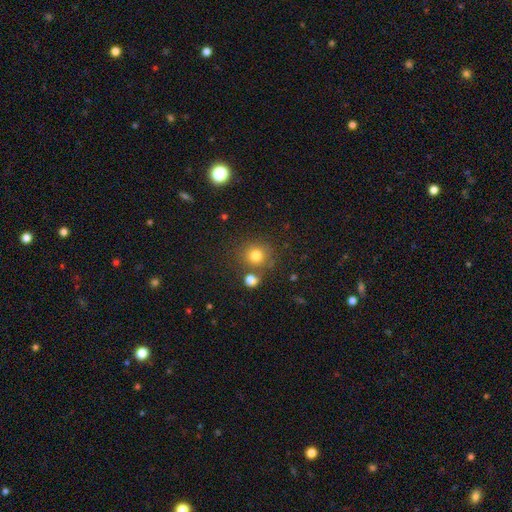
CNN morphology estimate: smooth 78%, star or artifact 14%, featured or disk 8%. Down the decision tree: how rounded — round (87%); merging — none (71%).